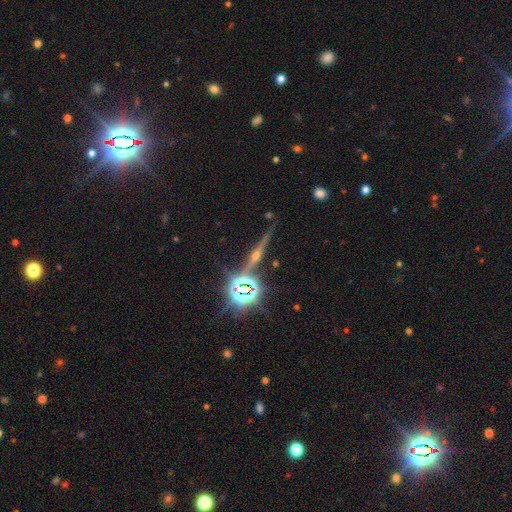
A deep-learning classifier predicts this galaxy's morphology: Smooth or featured: featured or disk — 63% (star or artifact — 27%)
Edge-on disk: yes — 95% (no — 5%)
Edge-on bulge: rounded — 93% (boxy — 4%)
Merging: none — 86% (minor disturbance — 8%)